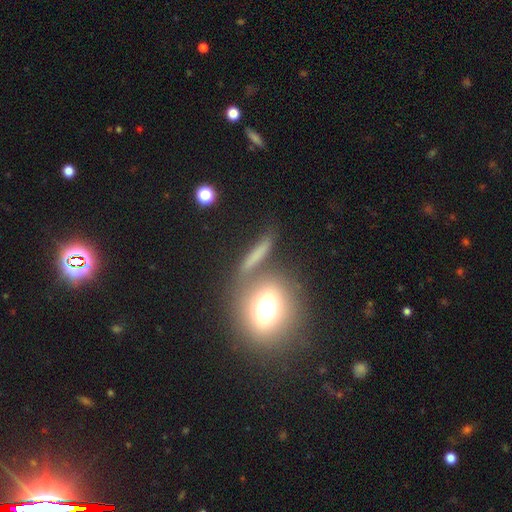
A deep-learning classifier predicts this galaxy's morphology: Smooth or featured: smooth — 58% (featured or disk — 25%)
How rounded: cigar-shaped — 49% (round — 28%)
Merging: none — 68% (merger — 14%)